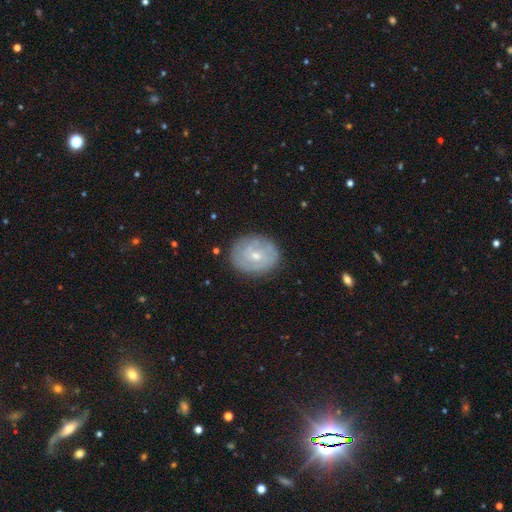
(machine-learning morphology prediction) This is possibly a featured or disk galaxy (59%). It is clearly not viewed edge-on (96%). Bar: likely no (61%). Spiral arm pattern: likely yes (63%). Central bulge: possibly small (56%). Merging: likely none (79%).